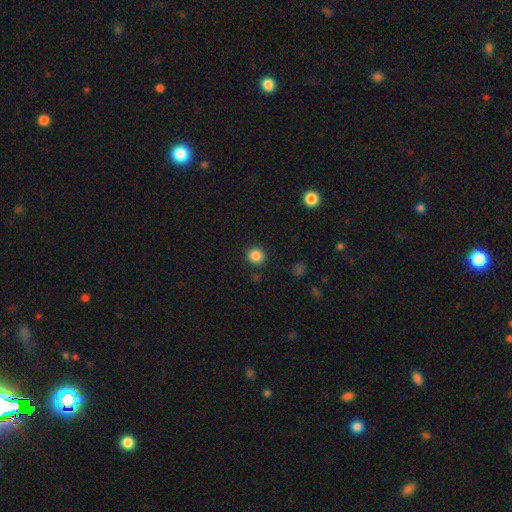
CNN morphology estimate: Smooth or featured?
  - smooth: 86% *
  - star or artifact: 11%
  - featured or disk: 3%
How rounded?
  - round: 92% *
  - in between: 7%
  - cigar-shaped: 1%
Merging?
  - none: 89% *
  - minor disturbance: 7%
  - major disturbance: 2%
  - merger: 2%